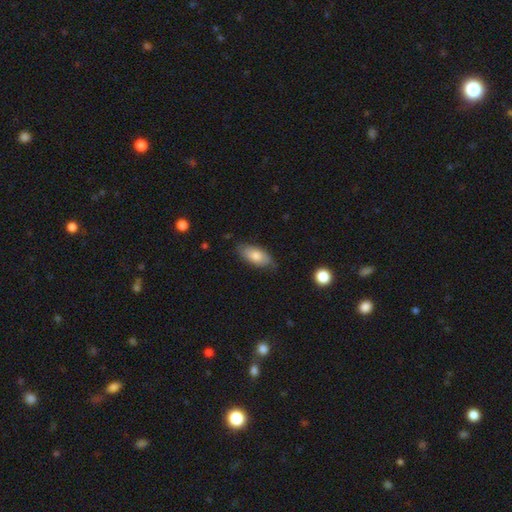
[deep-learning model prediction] A smooth galaxy with no disk features (78%) that is in between round and cigar-shaped (89%). Merging: none (76%).